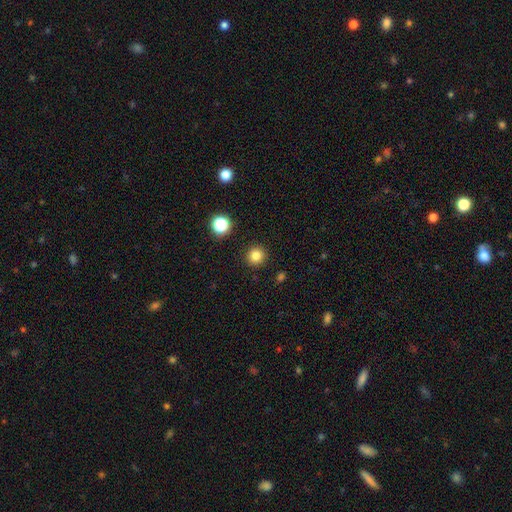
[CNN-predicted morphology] smooth-or-featured: smooth: 83% | star or artifact: 13% | featured or disk: 5%
  how-rounded: round: 94% | in between: 6% | cigar-shaped: 1%
  merging: none: 91% | minor disturbance: 5% | major disturbance: 2% | merger: 1%